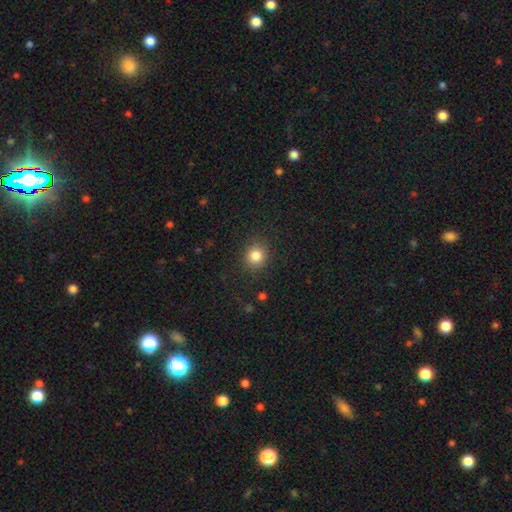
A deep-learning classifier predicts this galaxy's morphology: smooth_or_featured: smooth (p=0.84) [alt: star or artifact p=0.11]
how_rounded: round (p=0.85) [alt: in between p=0.14]
merging: none (p=0.89) [alt: minor disturbance p=0.07]